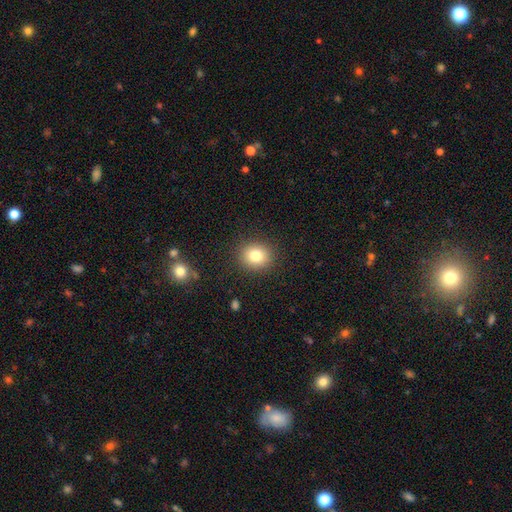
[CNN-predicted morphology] Smooth or featured? Predicted: smooth (p=0.80). How rounded? Predicted: round (p=0.79). Merging? Predicted: none (p=0.89).